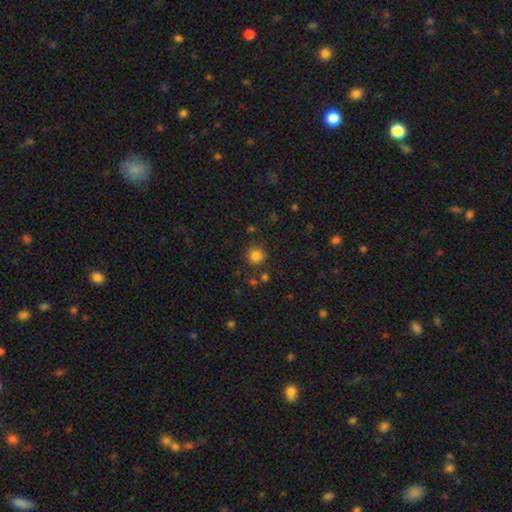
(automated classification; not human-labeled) Overall: smooth (83%). How rounded: round (90%). Merging: none (80%).